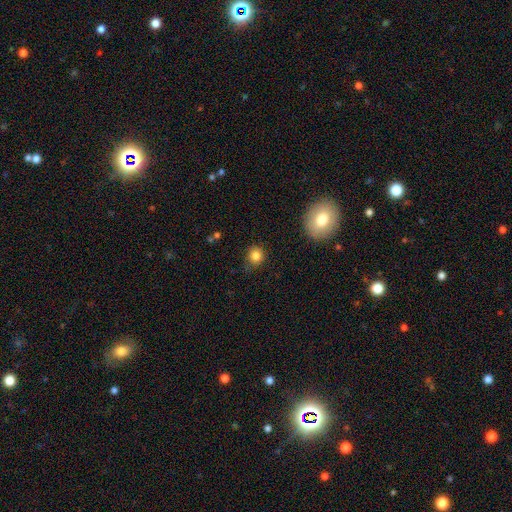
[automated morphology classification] Smooth or featured? Predicted: smooth (p=0.83). How rounded? Predicted: round (p=0.84). Merging? Predicted: none (p=0.78).